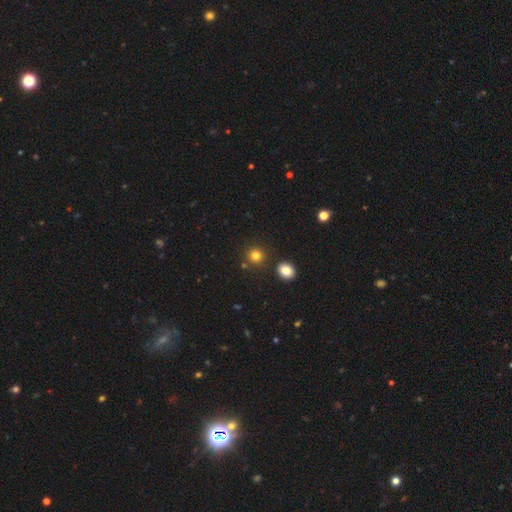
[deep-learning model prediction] Overall: smooth (80%). How rounded: round (89%). Merging: none (83%).